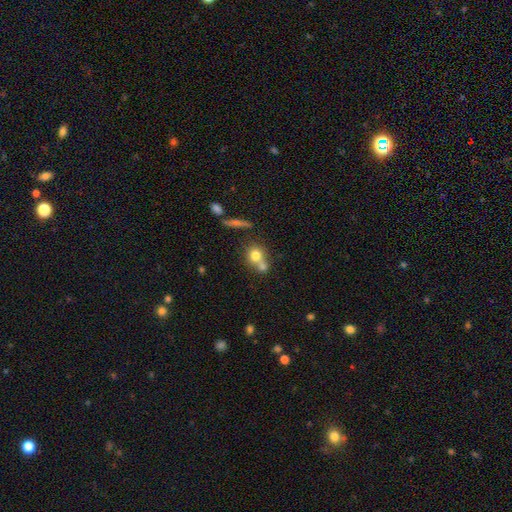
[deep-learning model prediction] This is likely a smooth galaxy (74%). How rounded: likely round (78%). Merging: possibly merger (50%).